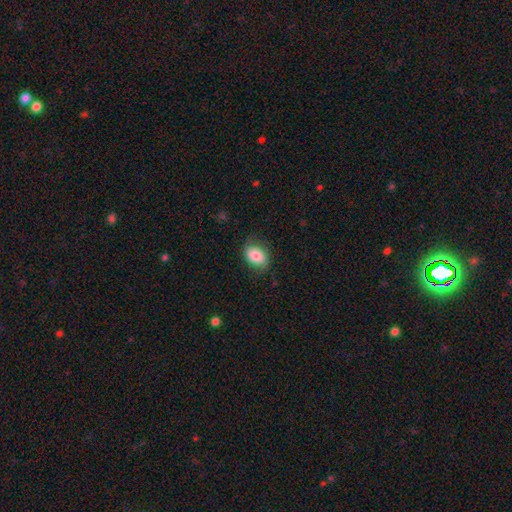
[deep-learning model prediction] Morphology: type=smooth (79%); roundness=in between (81%); merging=none (71%).